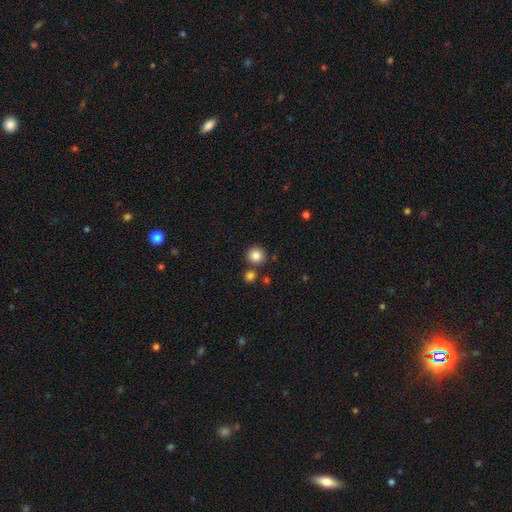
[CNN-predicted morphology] Smooth or featured: smooth — 85% (star or artifact — 10%)
How rounded: round — 94% (in between — 5%)
Merging: none — 83% (merger — 8%)